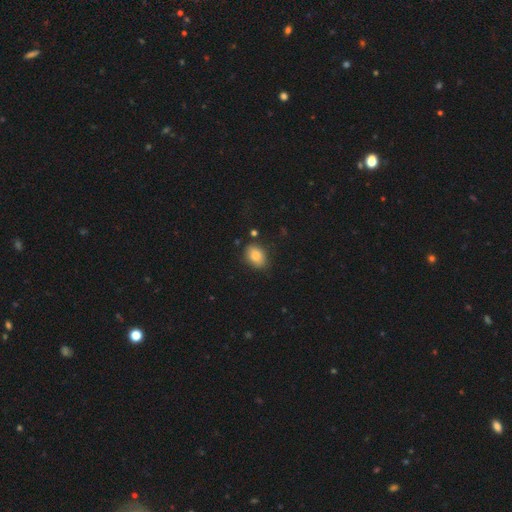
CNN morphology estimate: Smooth or featured: smooth — 83% (featured or disk — 9%)
How rounded: in between — 79% (round — 20%)
Merging: none — 79% (minor disturbance — 15%)